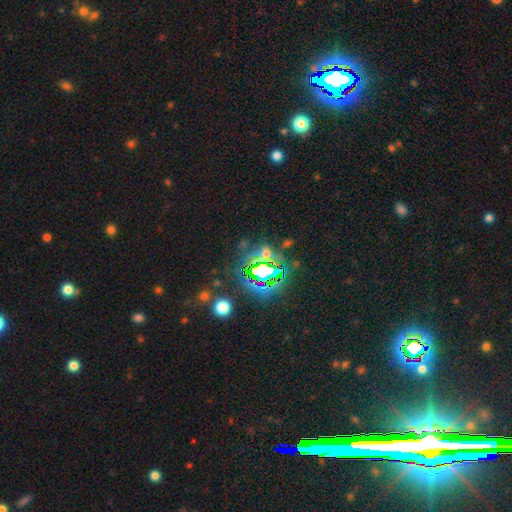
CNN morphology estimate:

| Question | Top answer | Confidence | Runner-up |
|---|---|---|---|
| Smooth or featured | star or artifact | 83% | smooth (9%) |